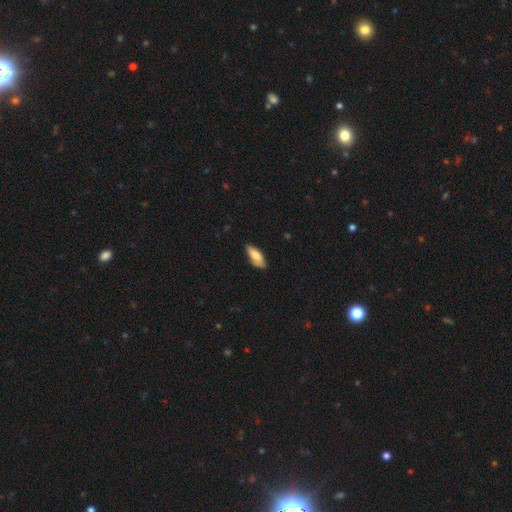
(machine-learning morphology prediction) type=smooth (74%); roundness=in between (78%); merging=none (68%).